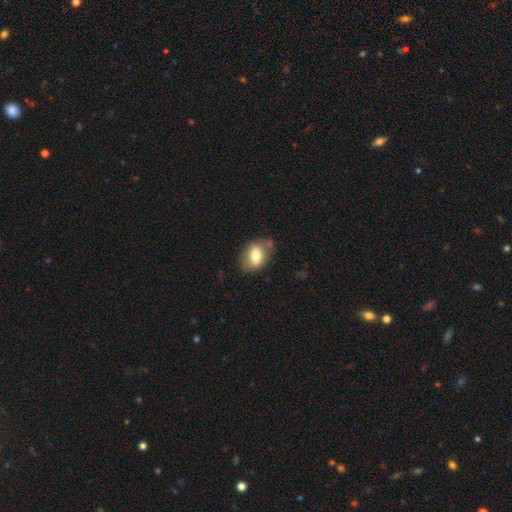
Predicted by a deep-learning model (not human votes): A smooth galaxy with no disk features (72%) that is in between round and cigar-shaped (78%).

Vote fractions:
- Smooth or featured? smooth: 72% / featured or disk: 20% / star or artifact: 8%
- How rounded? in between: 78% / round: 21% / cigar-shaped: 1%
- Merging? none: 66% / minor disturbance: 21% / merger: 7% / major disturbance: 6%